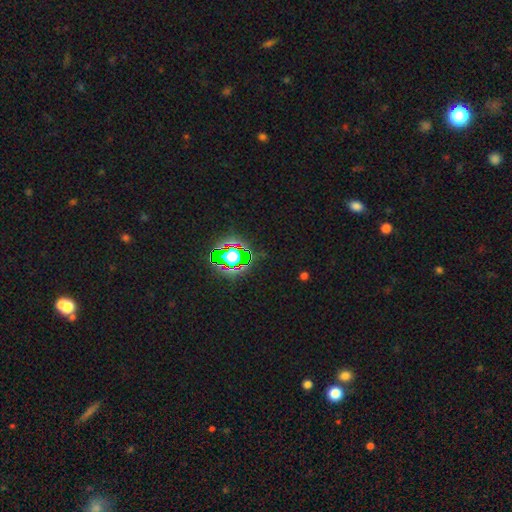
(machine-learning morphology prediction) A star or artifact, not a galaxy (77%).